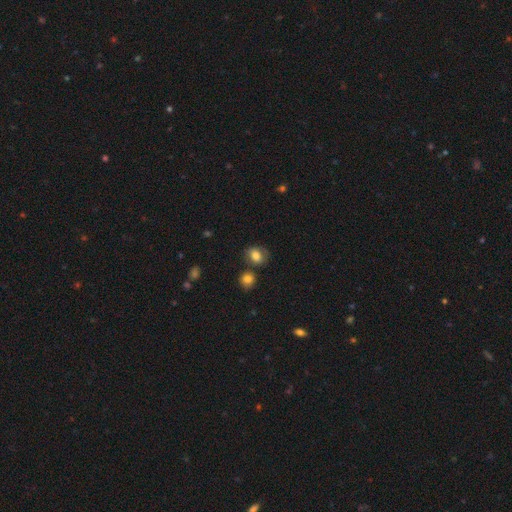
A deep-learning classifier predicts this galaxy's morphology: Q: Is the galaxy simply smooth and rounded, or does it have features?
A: smooth — 79%.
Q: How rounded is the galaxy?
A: in between — 55%.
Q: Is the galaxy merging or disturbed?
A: none — 67%.